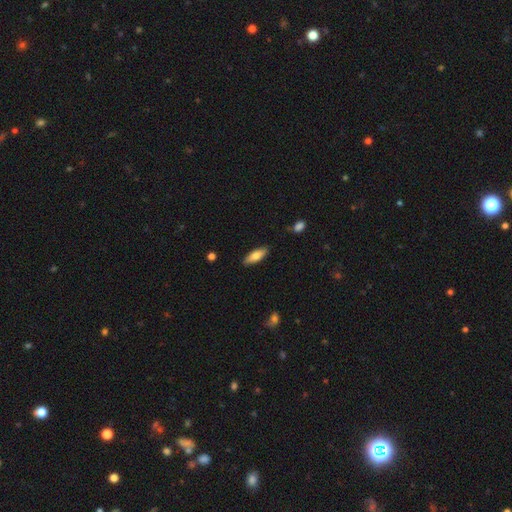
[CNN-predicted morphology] Smooth or featured: smooth — 77% (featured or disk — 17%)
How rounded: in between — 64% (cigar-shaped — 34%)
Merging: none — 87% (minor disturbance — 10%)